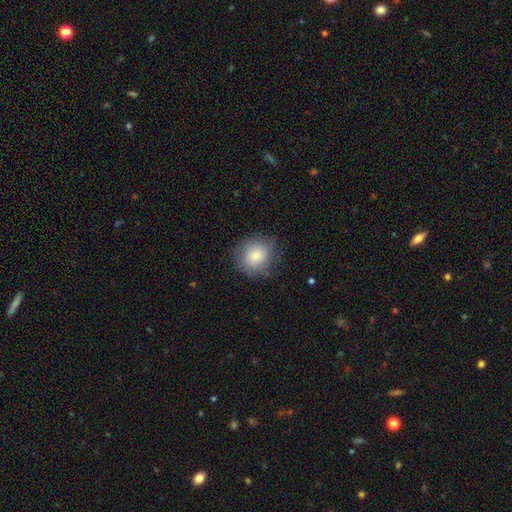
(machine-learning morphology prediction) smooth 79%, featured or disk 12%, star or artifact 8%. Down the decision tree: how rounded — round (83%); merging — none (79%).